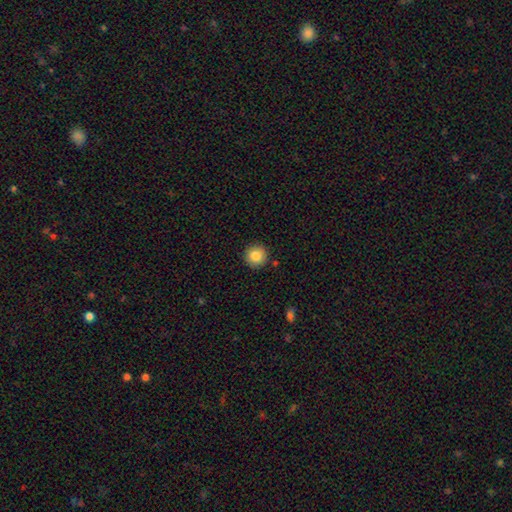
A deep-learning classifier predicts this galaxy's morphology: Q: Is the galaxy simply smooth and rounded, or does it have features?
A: smooth — 85%.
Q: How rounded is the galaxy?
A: round — 94%.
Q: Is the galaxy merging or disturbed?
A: none — 89%.